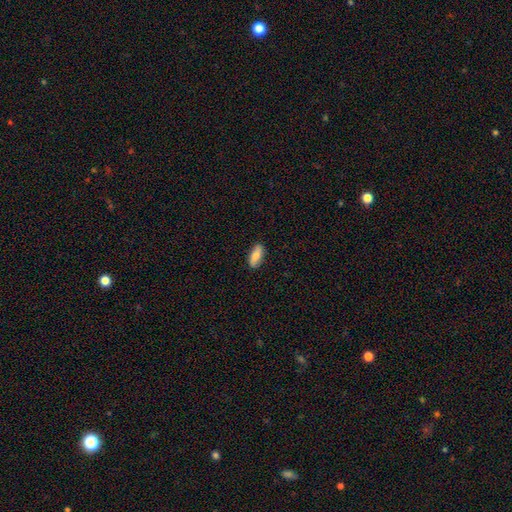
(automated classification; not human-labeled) Smooth or featured? smooth (79%)
How rounded? in between (76%)
Merging? none (86%)